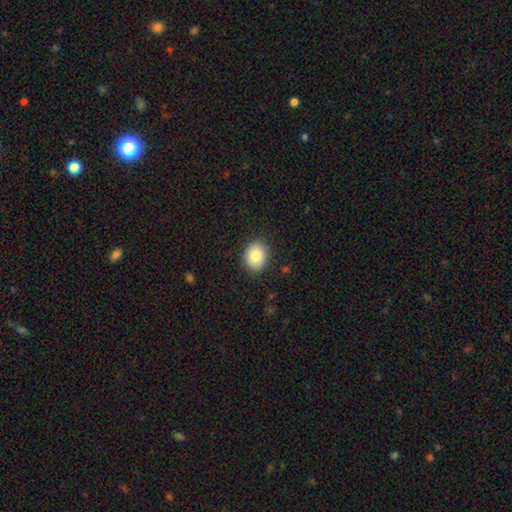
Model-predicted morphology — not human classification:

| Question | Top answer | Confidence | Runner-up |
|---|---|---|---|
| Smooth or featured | smooth | 84% | featured or disk (8%) |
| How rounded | in between | 54% | round (45%) |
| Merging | none | 88% | minor disturbance (9%) |